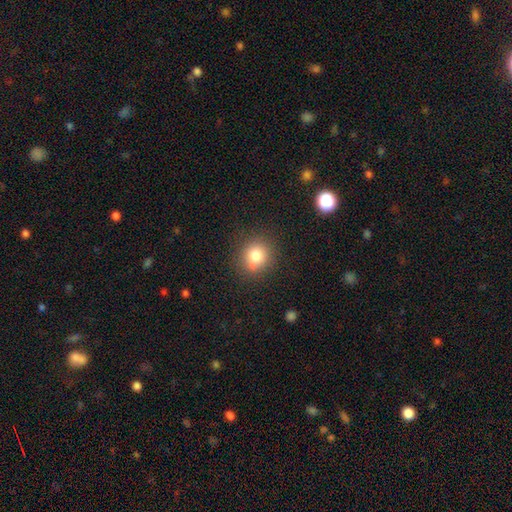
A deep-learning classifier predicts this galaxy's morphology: Q: Smooth or featured?
A: smooth (78%); runner-up: star or artifact (12%)
Q: How rounded?
A: round (85%); runner-up: in between (14%)
Q: Merging?
A: none (78%); runner-up: minor disturbance (12%)